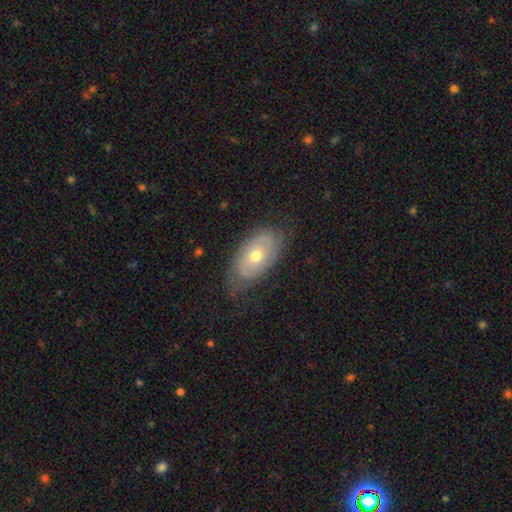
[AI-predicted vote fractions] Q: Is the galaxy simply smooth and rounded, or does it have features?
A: featured or disk — 57%.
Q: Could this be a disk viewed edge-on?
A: no — 90%.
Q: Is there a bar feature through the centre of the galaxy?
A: no — 82%.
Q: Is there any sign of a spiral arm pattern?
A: yes — 58%.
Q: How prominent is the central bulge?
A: moderate — 66%.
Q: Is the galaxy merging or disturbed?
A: none — 71%.